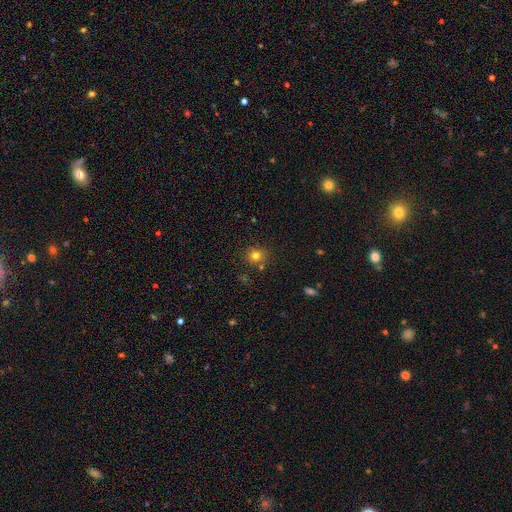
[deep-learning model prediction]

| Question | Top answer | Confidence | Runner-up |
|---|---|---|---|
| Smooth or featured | smooth | 78% | star or artifact (15%) |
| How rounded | round | 89% | in between (10%) |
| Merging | none | 81% | minor disturbance (9%) |